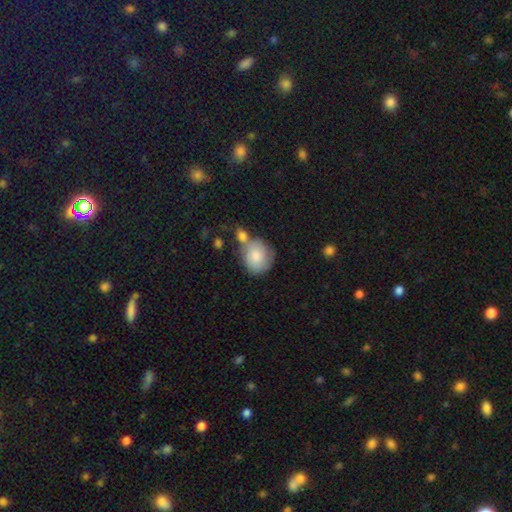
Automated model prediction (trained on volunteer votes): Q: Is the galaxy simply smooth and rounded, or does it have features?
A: smooth — 80%.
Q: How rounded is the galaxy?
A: round — 75%.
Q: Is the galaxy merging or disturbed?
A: none — 43%.